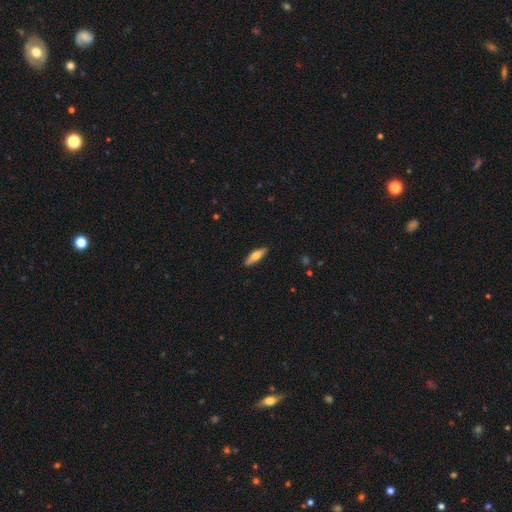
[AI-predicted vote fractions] Overall: smooth (62%; featured or disk 33%). How rounded: cigar-shaped (57%; in between 41%). Merging: none (89%).